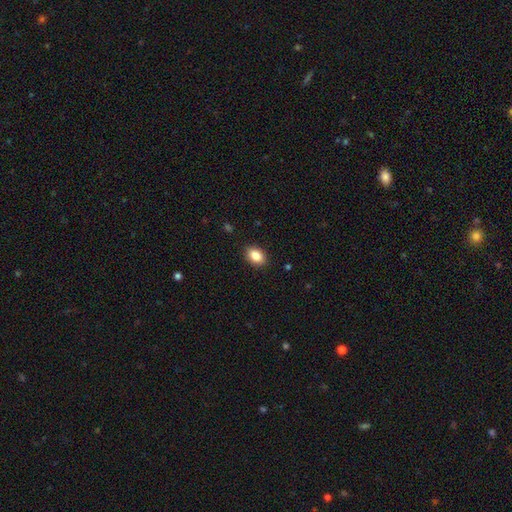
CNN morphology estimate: smooth 87%, star or artifact 8%, featured or disk 5%. Down the decision tree: how rounded — in between (81%); merging — none (89%).